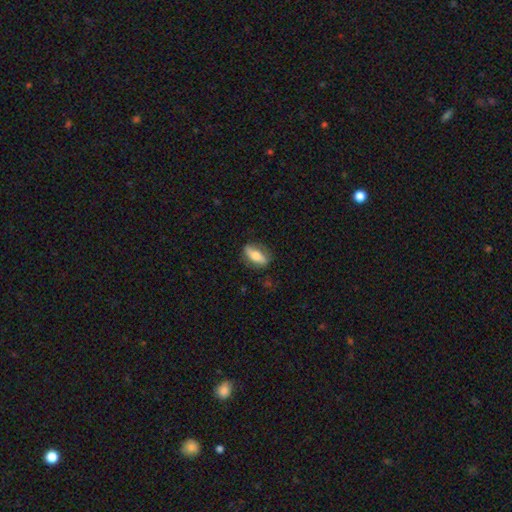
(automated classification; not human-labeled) Overall: smooth (56%; featured or disk 38%). How rounded: in between (72%). Merging: none (77%).